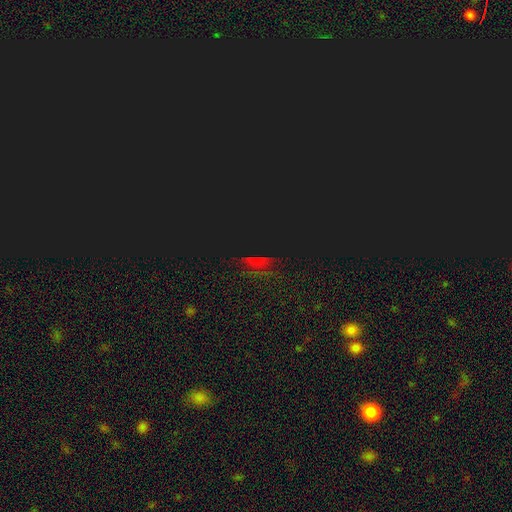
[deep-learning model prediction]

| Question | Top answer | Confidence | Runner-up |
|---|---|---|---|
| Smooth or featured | star or artifact | 76% | smooth (16%) |